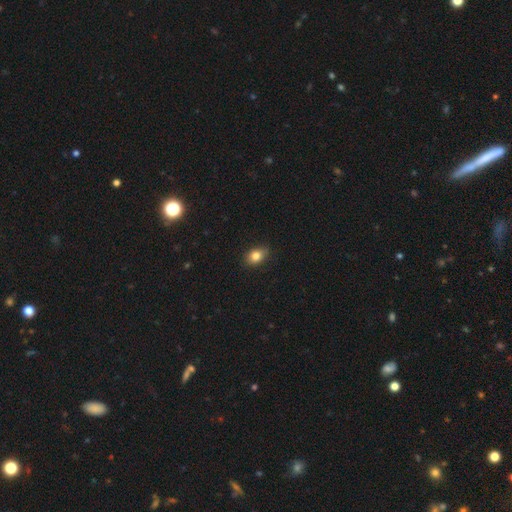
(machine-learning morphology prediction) type=smooth (82%); roundness=in between (73%); merging=none (86%).